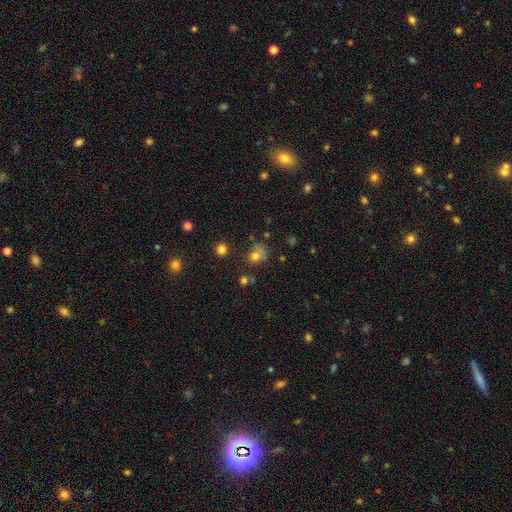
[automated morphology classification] This appears to be a smooth galaxy with no disk features (72%) that is round (66%). Merging: none (50%).